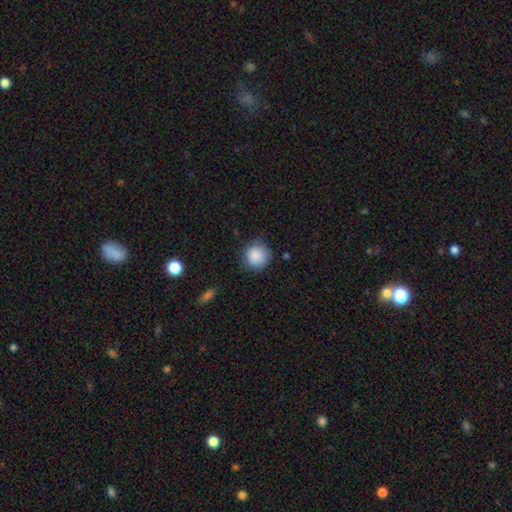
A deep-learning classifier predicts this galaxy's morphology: Overall: smooth (88%). How rounded: round (92%). Merging: none (77%).